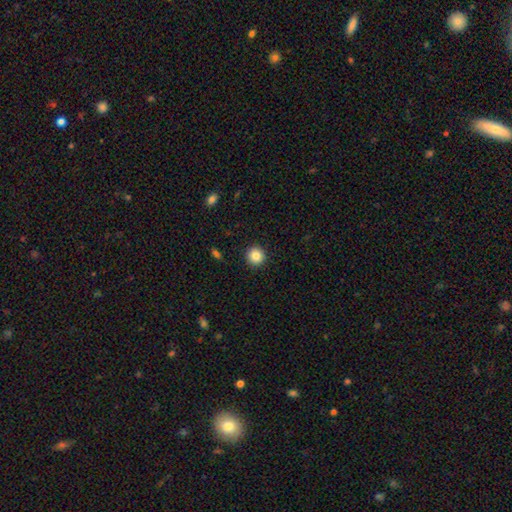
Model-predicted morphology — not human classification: Smooth or featured?
  - smooth: 85% *
  - star or artifact: 10%
  - featured or disk: 5%
How rounded?
  - round: 95% *
  - in between: 4%
  - cigar-shaped: 1%
Merging?
  - none: 92% *
  - minor disturbance: 5%
  - major disturbance: 2%
  - merger: 1%